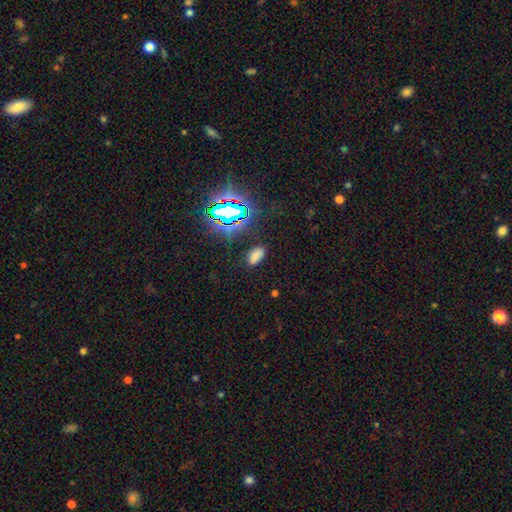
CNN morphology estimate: Overall: smooth (68%). How rounded: in between (92%). Merging: none (83%).